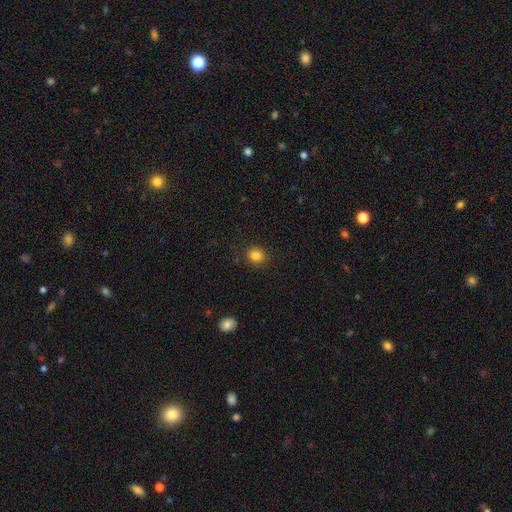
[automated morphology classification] A smooth galaxy with no disk features (84%) that is round (79%).

Vote fractions:
- Smooth or featured? smooth: 84% / star or artifact: 12% / featured or disk: 5%
- How rounded? round: 79% / in between: 20% / cigar-shaped: 1%
- Merging? none: 89% / minor disturbance: 7% / major disturbance: 2% / merger: 1%